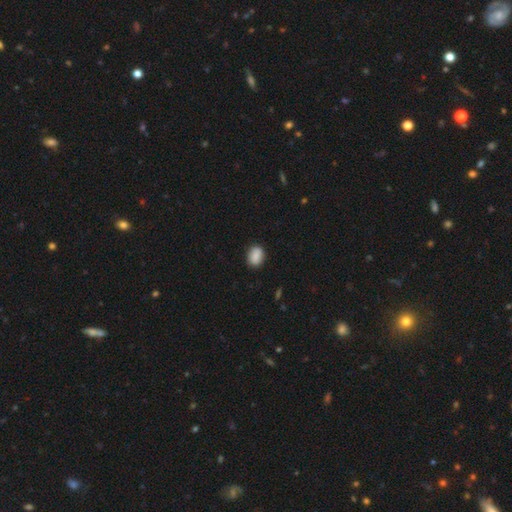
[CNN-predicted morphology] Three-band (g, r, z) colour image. It shows a smooth galaxy with no disk features (86%) that is in between round and cigar-shaped (62%). Merging: none (85%).